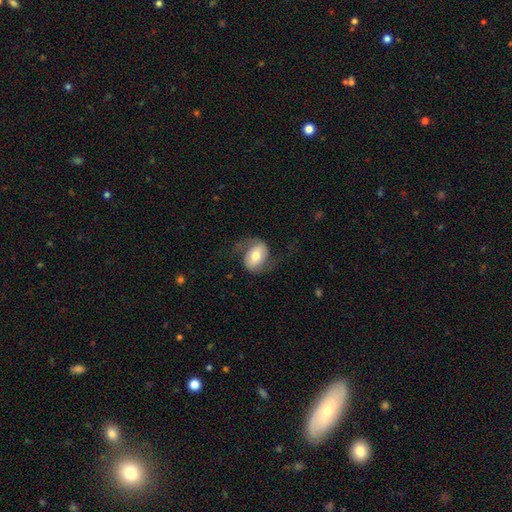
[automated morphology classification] Smooth or featured: featured or disk — 60% (smooth — 33%)
Edge-on disk: no — 96% (yes — 4%)
Bar: no — 36% (tied with weak — 36%)
Spiral arms: yes — 86% (no — 14%)
Bulge size: moderate — 64% (small — 18%)
Merging: none — 65% (major disturbance — 17%)